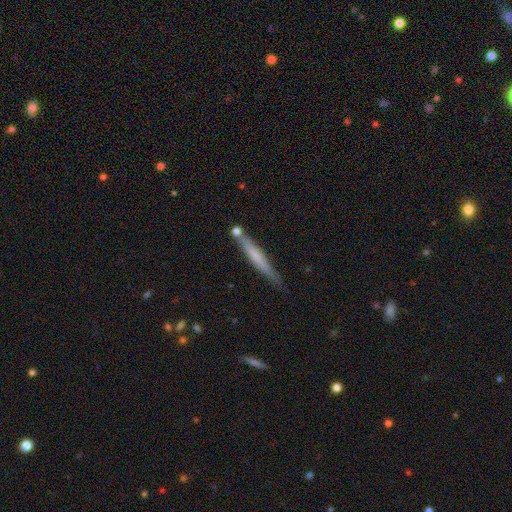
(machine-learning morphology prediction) Smooth or featured: smooth — 53% (featured or disk — 41%)
How rounded: cigar-shaped — 95% (in between — 3%)
Merging: none — 77% (minor disturbance — 14%)